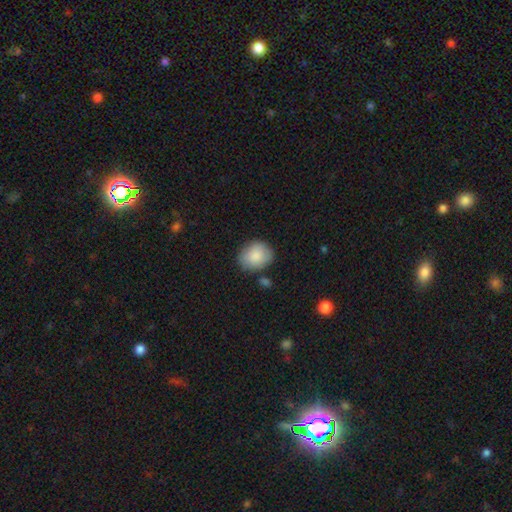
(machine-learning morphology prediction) Smooth or featured? Predicted: smooth (p=0.86). How rounded? Predicted: round (p=0.53). Merging? Predicted: none (p=0.74).